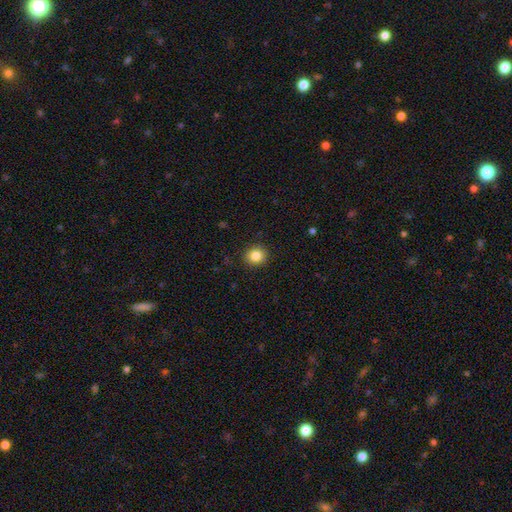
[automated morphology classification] type=smooth (84%); roundness=round (87%); merging=none (91%).